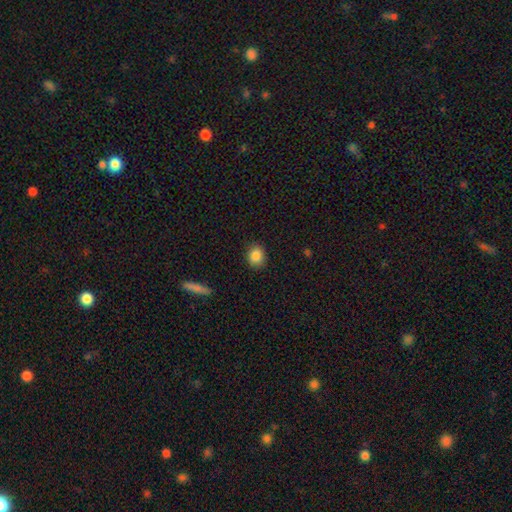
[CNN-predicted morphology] Smooth or featured? smooth (86%)
How rounded? round (58%)
Merging? none (88%)